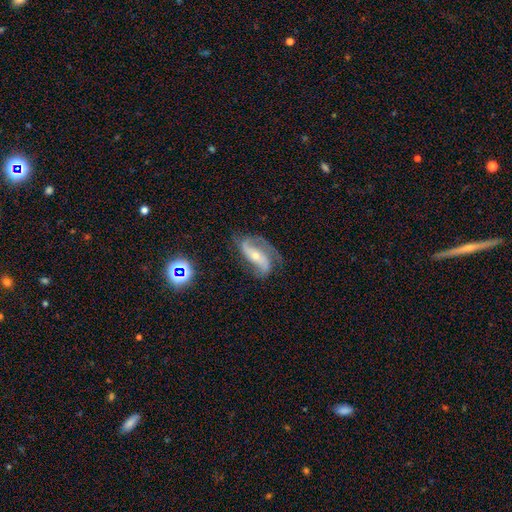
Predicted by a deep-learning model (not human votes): A featured or disk galaxy (83%) with a strong bar (37%), 2 (79%) medium (43%) spiral arms (95%) and a small central bulge (57%). Merging: none (60%).